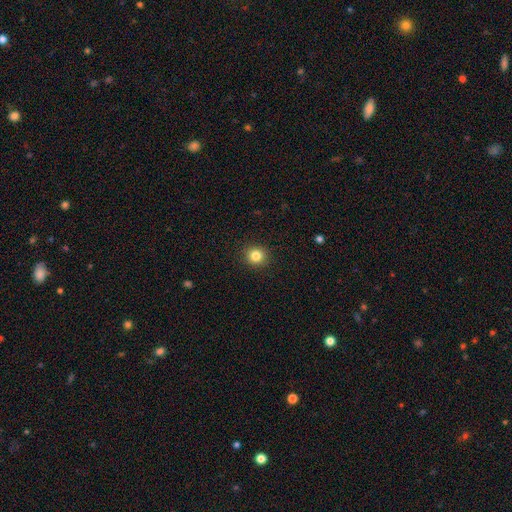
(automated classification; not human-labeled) Smooth or featured?
  - smooth: 83% *
  - star or artifact: 12%
  - featured or disk: 6%
How rounded?
  - round: 90% *
  - in between: 9%
  - cigar-shaped: 1%
Merging?
  - none: 92% *
  - minor disturbance: 5%
  - major disturbance: 2%
  - merger: 1%